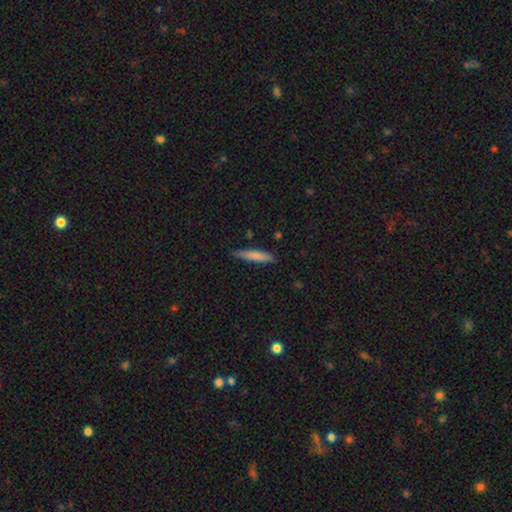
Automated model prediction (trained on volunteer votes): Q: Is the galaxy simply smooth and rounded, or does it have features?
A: smooth — 77%.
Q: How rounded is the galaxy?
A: cigar-shaped — 90%.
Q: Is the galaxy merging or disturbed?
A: none — 83%.